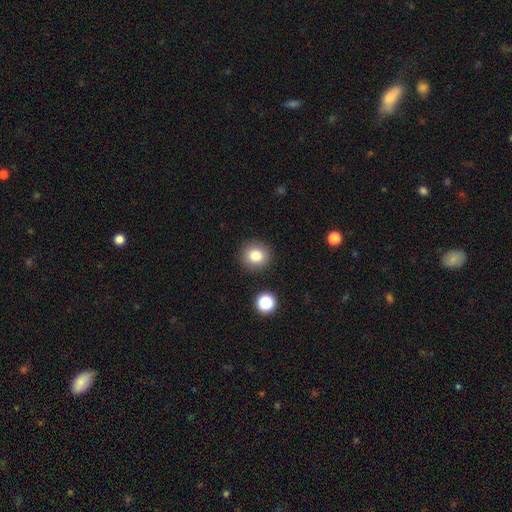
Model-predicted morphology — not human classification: Q: Smooth or featured?
A: smooth (82%); runner-up: star or artifact (11%)
Q: How rounded?
A: round (89%); runner-up: in between (10%)
Q: Merging?
A: none (88%); runner-up: minor disturbance (7%)